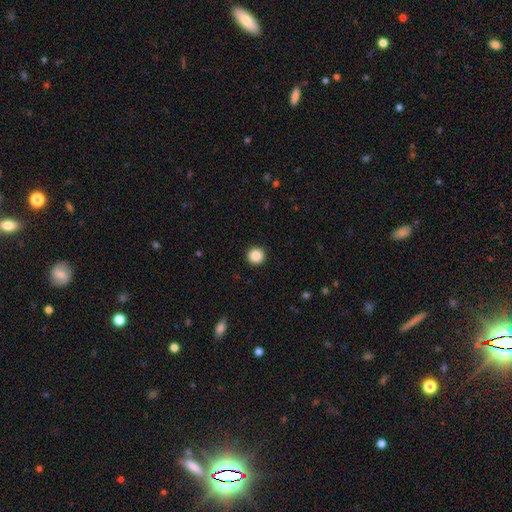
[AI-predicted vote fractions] A smooth galaxy with no disk features (87%) that is round (96%). Merging: none (93%).